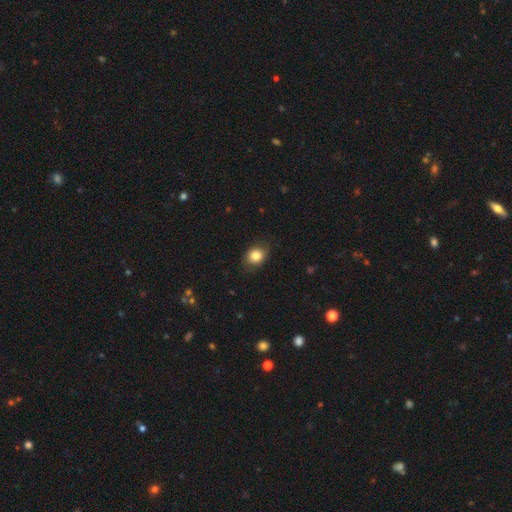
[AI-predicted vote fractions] Smooth or featured: smooth — 83% (star or artifact — 9%)
How rounded: round — 52% (in between — 47%)
Merging: none — 81% (minor disturbance — 14%)